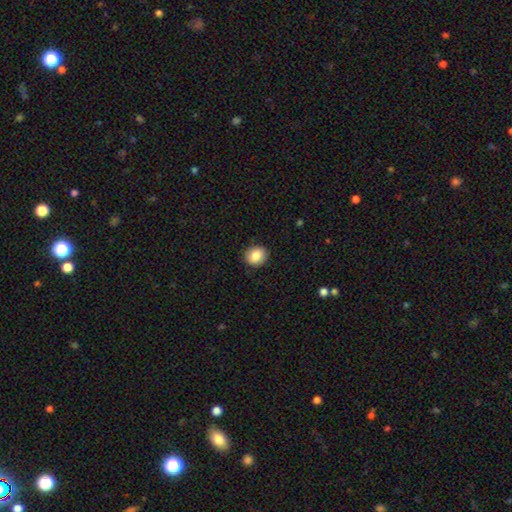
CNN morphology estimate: The model was most divided on "how rounded": round: 73%, in between: 26%, cigar-shaped: 1%. More confident: merging — none (89%); smooth or featured — smooth (85%).